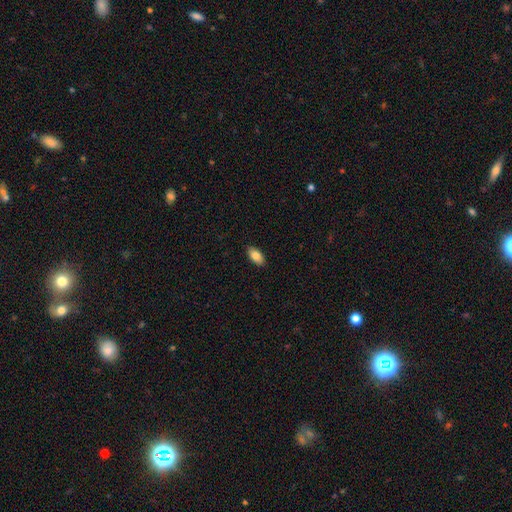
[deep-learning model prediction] A smooth galaxy with no disk features (85%) that is in between round and cigar-shaped (93%). Merging: none (89%).